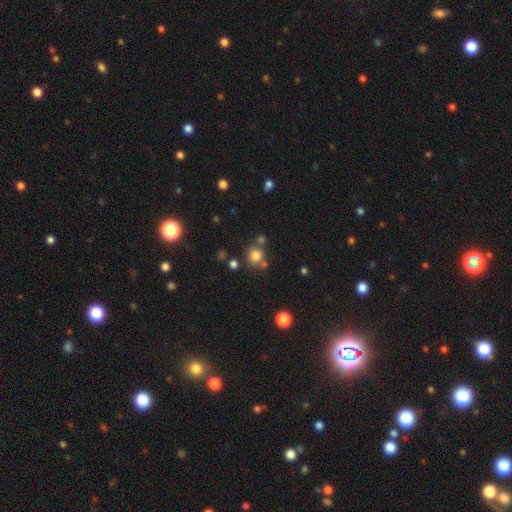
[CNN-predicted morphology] The model was most divided on "merging": none: 72%, merger: 15%, minor disturbance: 10%, major disturbance: 4%. More confident: how rounded — round (89%); smooth or featured — smooth (79%).